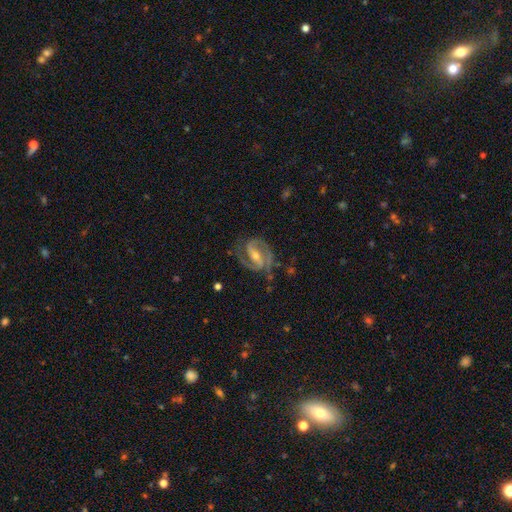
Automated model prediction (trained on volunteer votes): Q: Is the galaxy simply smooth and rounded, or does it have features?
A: featured or disk — 91%.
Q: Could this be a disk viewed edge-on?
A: no — 97%.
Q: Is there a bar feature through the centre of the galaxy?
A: strong — 47%.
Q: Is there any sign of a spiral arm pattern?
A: yes — 98%.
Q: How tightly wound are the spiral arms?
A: medium — 55%.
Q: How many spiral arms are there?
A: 2 — 89%.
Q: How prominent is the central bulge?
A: small — 50%.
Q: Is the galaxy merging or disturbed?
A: none — 73%.